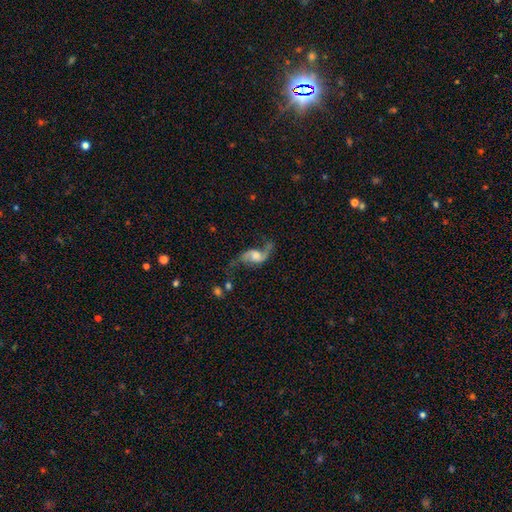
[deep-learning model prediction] Smooth or featured?
  - featured or disk: 82% *
  - smooth: 11%
  - star or artifact: 7%
Edge-on disk?
  - no: 96% *
  - yes: 4%
Bar?
  - no: 50% *
  - weak: 39%
  - strong: 11%
Spiral arms?
  - yes: 94% *
  - no: 6%
Spiral winding?
  - loose: 84% *
  - medium: 13%
  - tight: 3%
Spiral arm count?
  - 2: 91% *
  - 1: 4%
  - can't tell: 2%
  - 3: 1%
  - 4: 1%
  - more than 4: 1%
Bulge size?
  - moderate: 42% *
  - small: 23%
  - large: 21%
  - none: 11%
  - dominant: 3%
Merging?
  - none: 57% *
  - minor disturbance: 19%
  - major disturbance: 19%
  - merger: 5%